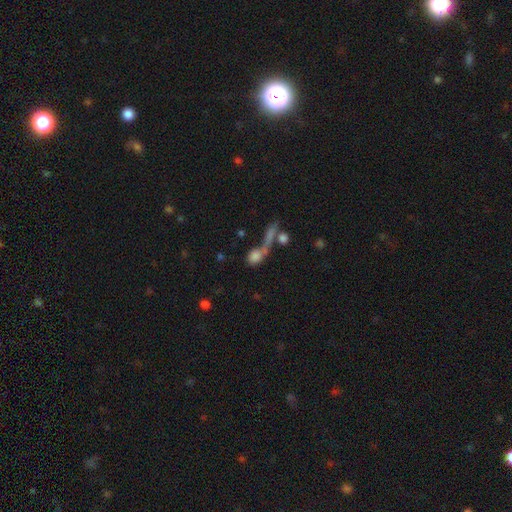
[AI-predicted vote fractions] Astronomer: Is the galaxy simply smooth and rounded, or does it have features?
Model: smooth — 73%.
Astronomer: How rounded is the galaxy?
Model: round — 48% (runner-up: in between, 40%).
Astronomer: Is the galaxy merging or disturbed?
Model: merger — 45% (runner-up: none, 31%).